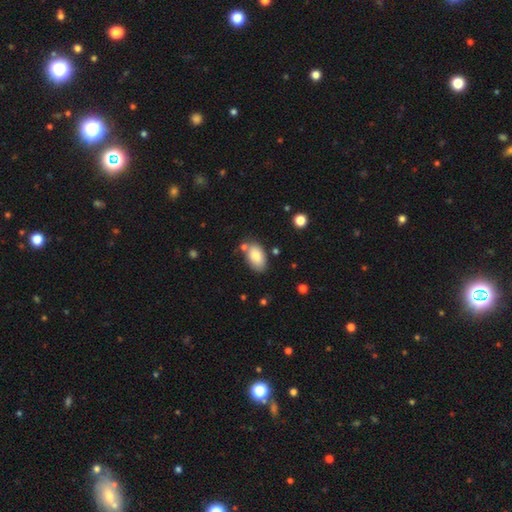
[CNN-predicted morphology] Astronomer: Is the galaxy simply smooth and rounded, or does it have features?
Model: smooth — 84%.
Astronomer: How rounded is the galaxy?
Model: in between — 94%.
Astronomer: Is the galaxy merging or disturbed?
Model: none — 70%.